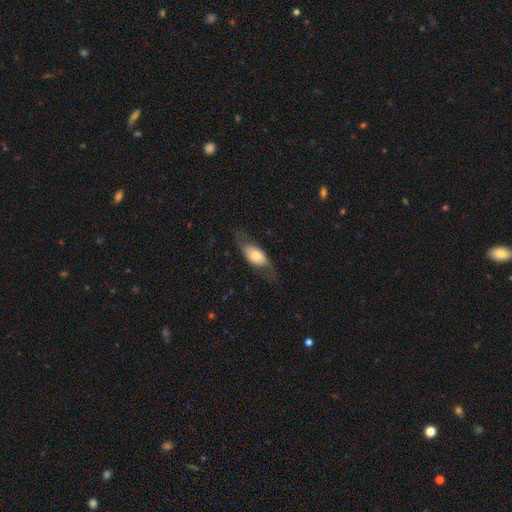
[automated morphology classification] Overall: smooth (51%; featured or disk 42%). How rounded: in between (81%). Merging: none (62%; minor disturbance 22%).